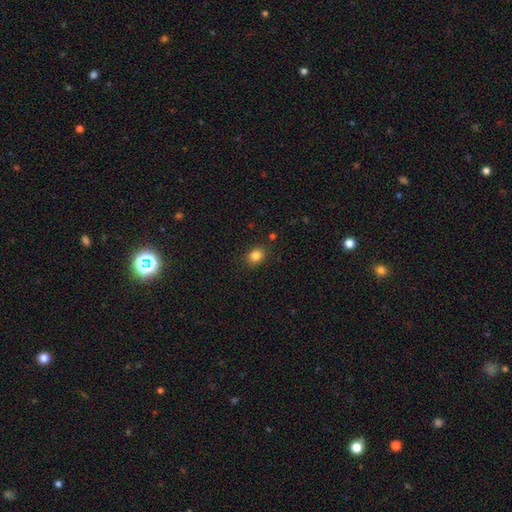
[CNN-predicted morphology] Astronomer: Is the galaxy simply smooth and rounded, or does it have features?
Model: smooth — 84%.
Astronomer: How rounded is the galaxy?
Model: round — 57% (runner-up: in between, 43%).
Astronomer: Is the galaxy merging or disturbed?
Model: none — 87%.